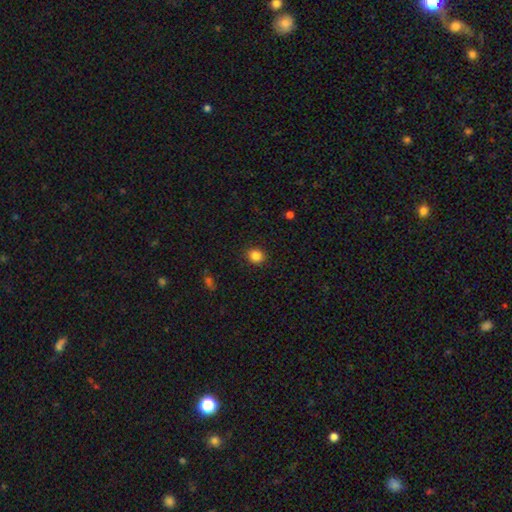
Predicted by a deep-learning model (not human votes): smooth-or-featured: smooth: 85% | star or artifact: 11% | featured or disk: 4%
  how-rounded: round: 73% | in between: 26% | cigar-shaped: 1%
  merging: none: 90% | minor disturbance: 7% | major disturbance: 2% | merger: 1%